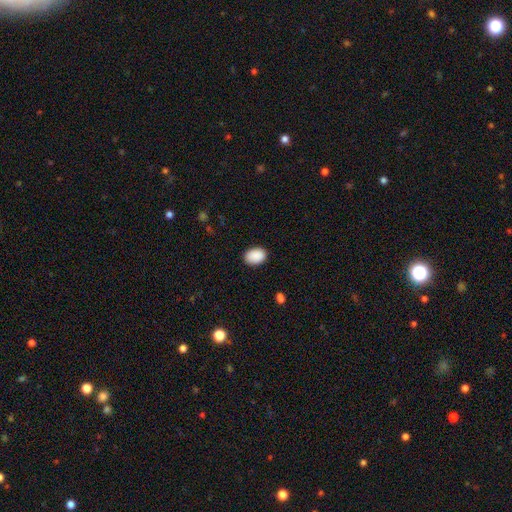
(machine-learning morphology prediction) Smooth or featured?
  - smooth: 91% *
  - star or artifact: 7%
  - featured or disk: 3%
How rounded?
  - in between: 80% *
  - round: 19%
  - cigar-shaped: 1%
Merging?
  - none: 88% *
  - minor disturbance: 9%
  - major disturbance: 2%
  - merger: 1%